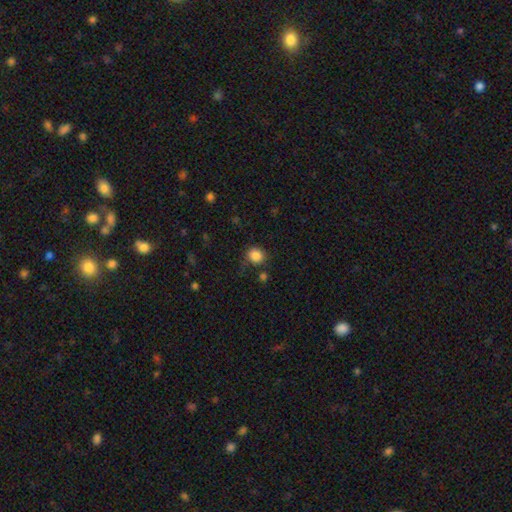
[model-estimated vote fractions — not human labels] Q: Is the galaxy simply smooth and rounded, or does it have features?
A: smooth — 86%.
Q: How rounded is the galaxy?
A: round — 82%.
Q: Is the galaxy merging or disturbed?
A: none — 77%.